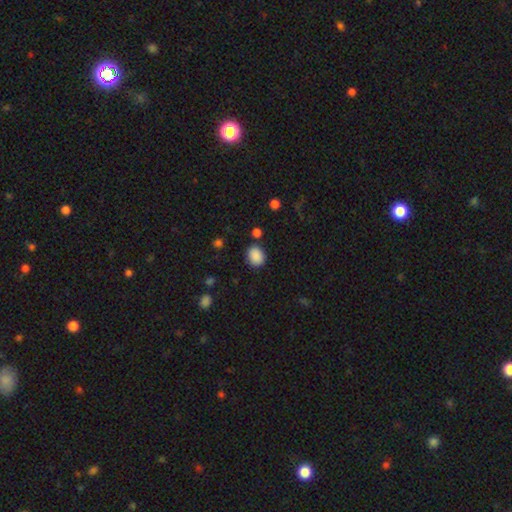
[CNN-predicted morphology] Q: Smooth or featured?
A: smooth (88%); runner-up: star or artifact (9%)
Q: How rounded?
A: in between (50%); tied with: round (50%)
Q: Merging?
A: none (82%); runner-up: minor disturbance (11%)